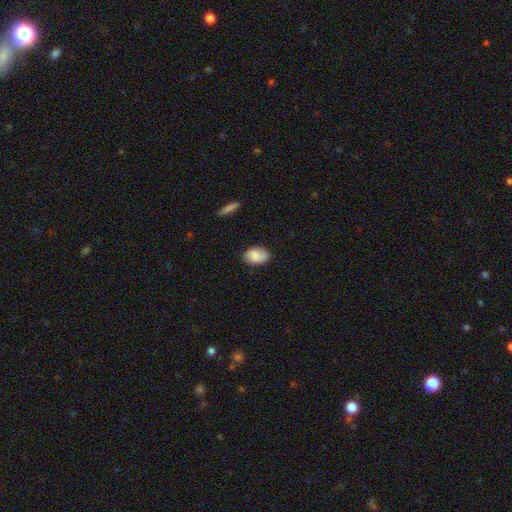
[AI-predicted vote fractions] smooth 84%, featured or disk 9%, star or artifact 7%. Down the decision tree: how rounded — in between (87%); merging — none (80%).